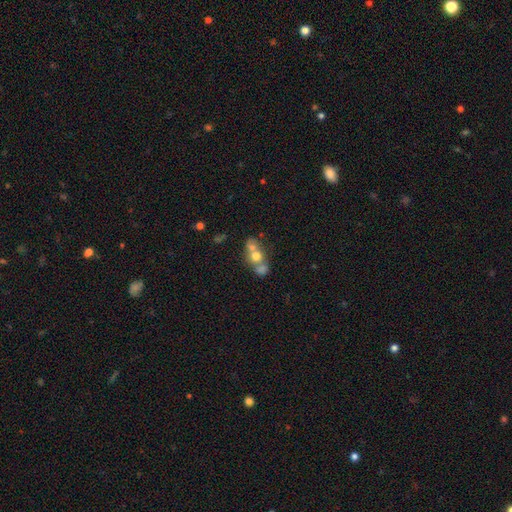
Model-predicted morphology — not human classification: type=smooth (62%); roundness=round (64%); merging=merger (64%).